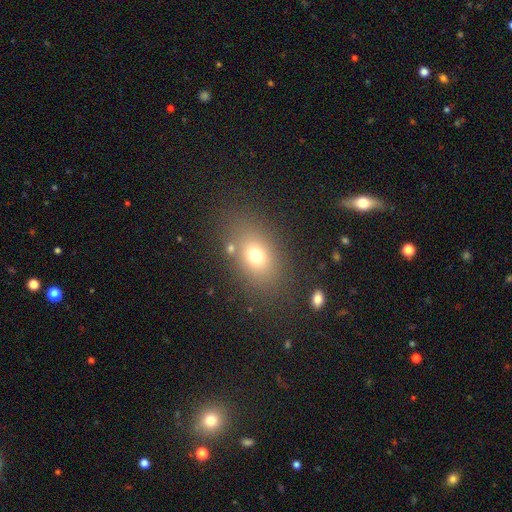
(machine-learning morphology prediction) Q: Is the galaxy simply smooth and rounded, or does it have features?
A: smooth — 70%.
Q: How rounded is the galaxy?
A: in between — 69%.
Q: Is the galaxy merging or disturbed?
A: none — 77%.